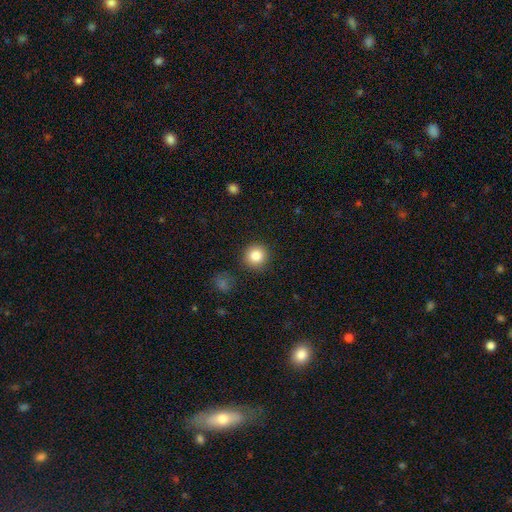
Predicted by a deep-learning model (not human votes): Smooth or featured?
  - smooth: 85% *
  - star or artifact: 10%
  - featured or disk: 5%
How rounded?
  - round: 94% *
  - in between: 6%
  - cigar-shaped: 1%
Merging?
  - none: 90% *
  - minor disturbance: 6%
  - major disturbance: 2%
  - merger: 2%